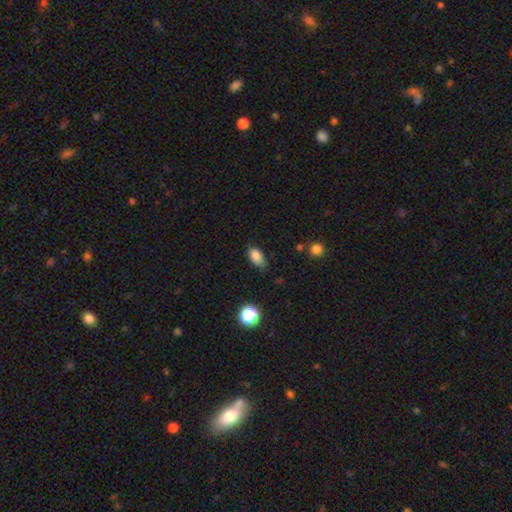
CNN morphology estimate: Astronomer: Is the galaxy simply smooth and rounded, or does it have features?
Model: smooth — 84%.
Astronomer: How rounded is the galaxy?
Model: in between — 89%.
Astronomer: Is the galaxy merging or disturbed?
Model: none — 64%.